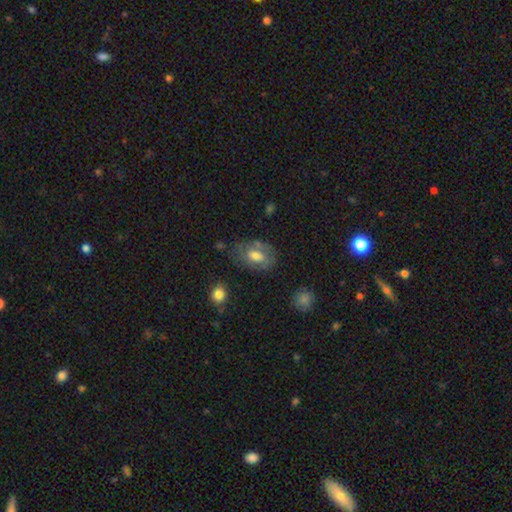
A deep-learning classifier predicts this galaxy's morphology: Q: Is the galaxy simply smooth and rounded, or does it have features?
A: smooth — 58%.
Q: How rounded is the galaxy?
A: in between — 85%.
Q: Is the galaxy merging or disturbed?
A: none — 60%.